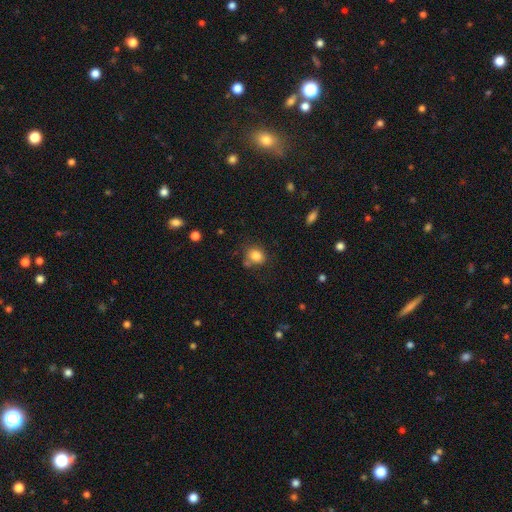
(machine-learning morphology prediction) type=smooth (83%); roundness=round (66%); merging=none (68%).